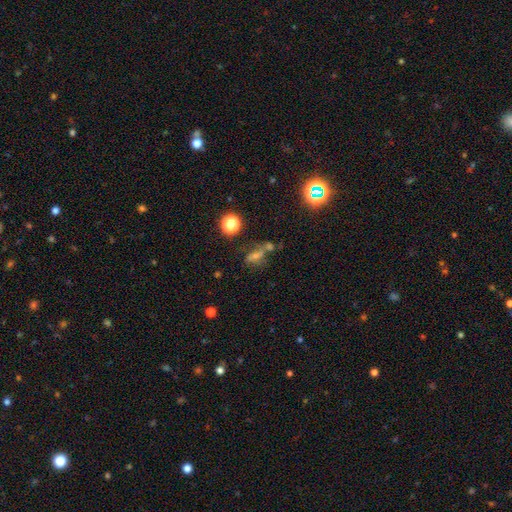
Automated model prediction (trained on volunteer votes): smooth_or_featured: star or artifact (p=0.40) [alt: smooth p=0.34]